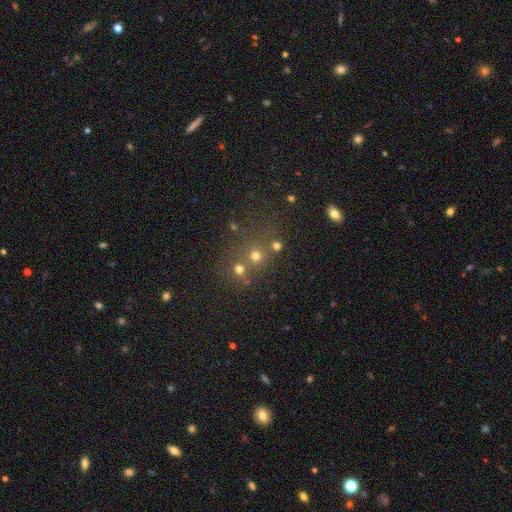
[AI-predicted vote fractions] smooth 63%, star or artifact 26%, featured or disk 11%. Down the decision tree: how rounded — round (87%); merging — none (62%).